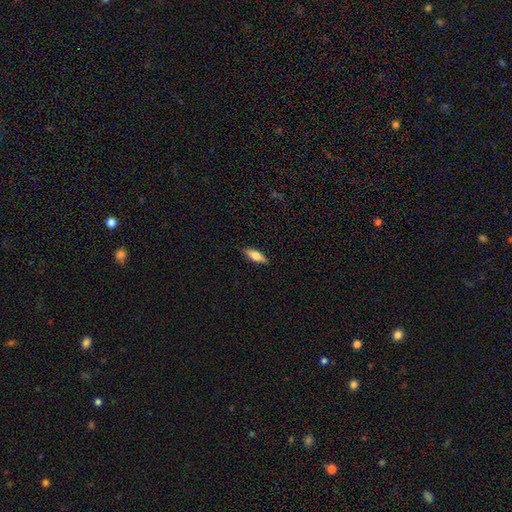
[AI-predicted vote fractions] Smooth or featured?
  - smooth: 64% *
  - featured or disk: 30%
  - star or artifact: 6%
How rounded?
  - in between: 61% *
  - cigar-shaped: 37%
  - round: 3%
Merging?
  - none: 88% *
  - minor disturbance: 9%
  - major disturbance: 2%
  - merger: 1%